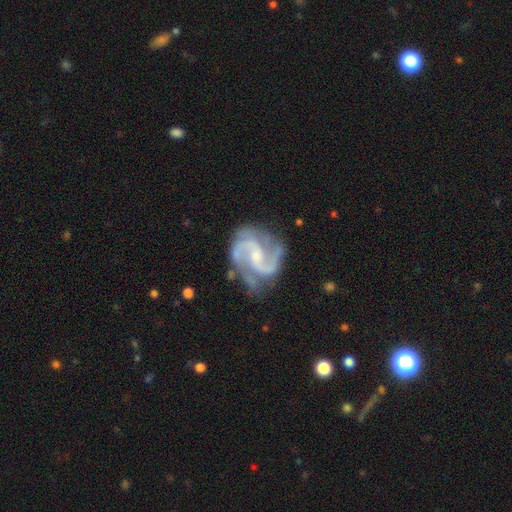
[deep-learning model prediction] smooth_or_featured: featured or disk (p=0.93) [alt: star or artifact p=0.04]
disk_edge_on: no (p=0.98) [alt: yes p=0.02]
bar: weak (p=0.46) [alt: no p=0.38]
has_spiral_arms: yes (p=0.98) [alt: no p=0.02]
spiral_winding: medium (p=0.61) [alt: loose p=0.20]
spiral_arm_count: 2 (p=0.85) [alt: 3 p=0.08]
bulge_size: small (p=0.61) [alt: moderate p=0.28]
merging: none (p=0.72) [alt: minor disturbance p=0.18]